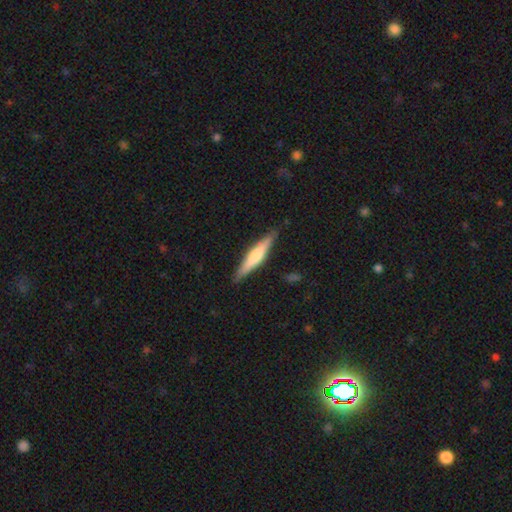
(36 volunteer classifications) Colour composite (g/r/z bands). It shows a smooth galaxy with no disk features (64%) that is cigar-shaped (83%). Merging: none (77%).